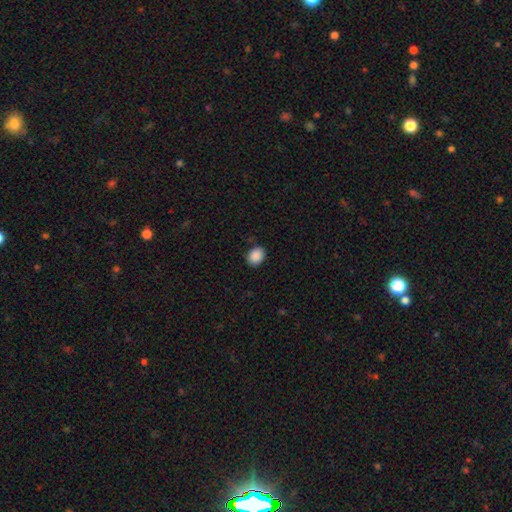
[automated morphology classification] smooth-or-featured: smooth: 89% | star or artifact: 8% | featured or disk: 3%
  how-rounded: in between: 52% | round: 47% | cigar-shaped: 1%
  merging: none: 86% | minor disturbance: 11% | major disturbance: 2% | merger: 1%